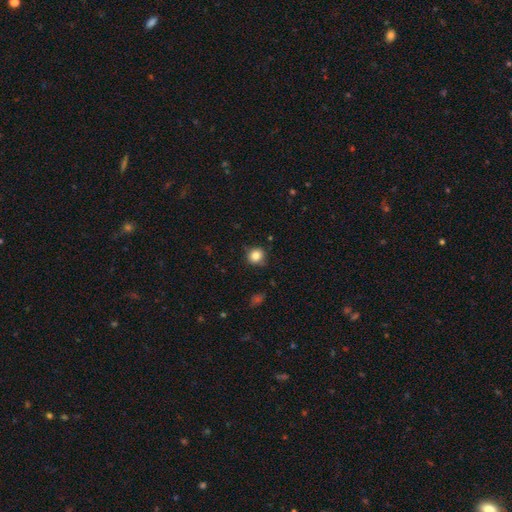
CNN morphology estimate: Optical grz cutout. It shows a smooth galaxy with no disk features (83%) that is round (86%). Merging: none (79%).